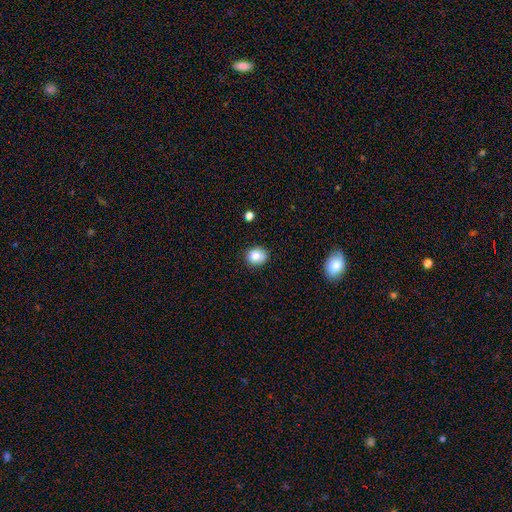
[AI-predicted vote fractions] Smooth or featured?
  - smooth: 83% *
  - star or artifact: 10%
  - featured or disk: 7%
How rounded?
  - round: 73% *
  - in between: 26%
  - cigar-shaped: 1%
Merging?
  - none: 84% *
  - minor disturbance: 12%
  - major disturbance: 2%
  - merger: 2%